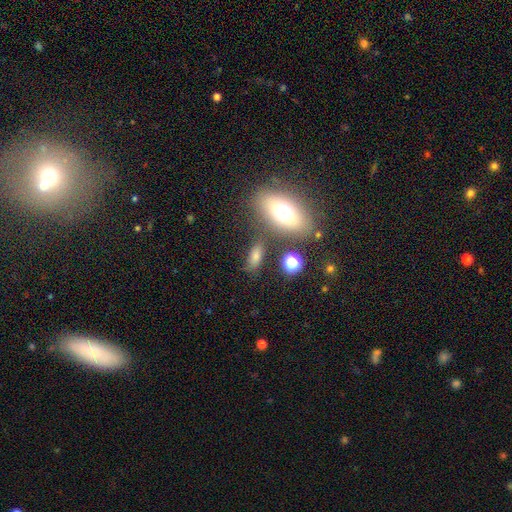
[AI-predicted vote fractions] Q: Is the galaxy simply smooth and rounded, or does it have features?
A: smooth — 66%.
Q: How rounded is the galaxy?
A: in between — 67%.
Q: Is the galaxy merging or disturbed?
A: none — 73%.